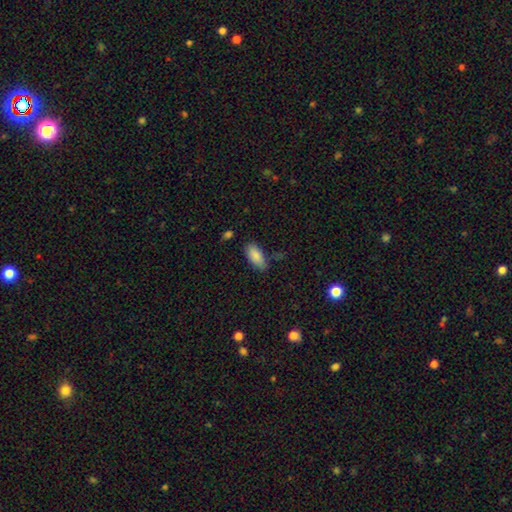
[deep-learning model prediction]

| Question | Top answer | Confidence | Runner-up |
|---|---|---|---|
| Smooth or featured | smooth | 86% | featured or disk (7%) |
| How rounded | in between | 90% | cigar-shaped (8%) |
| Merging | none | 73% | minor disturbance (19%) |